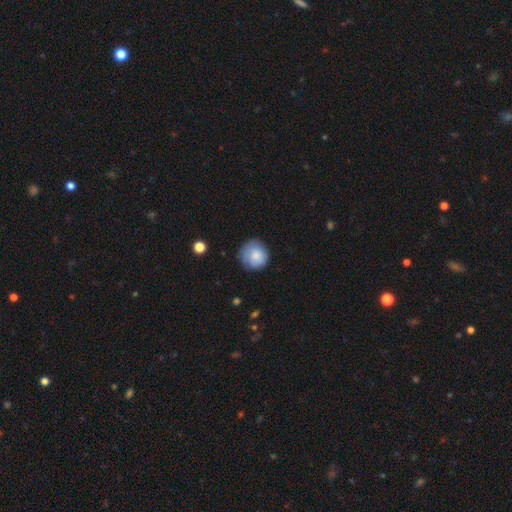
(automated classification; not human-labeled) Smooth or featured? Predicted: smooth (p=0.81). How rounded? Predicted: round (p=0.91). Merging? Predicted: none (p=0.74).